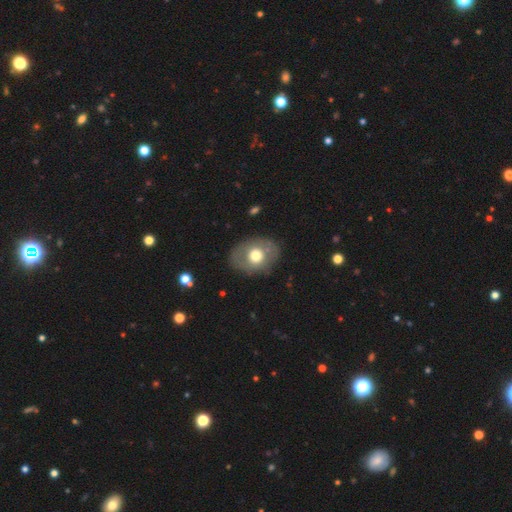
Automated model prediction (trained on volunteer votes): This is possibly a smooth galaxy (59%). How rounded: possibly in between (55%). Merging: clearly none (80%).